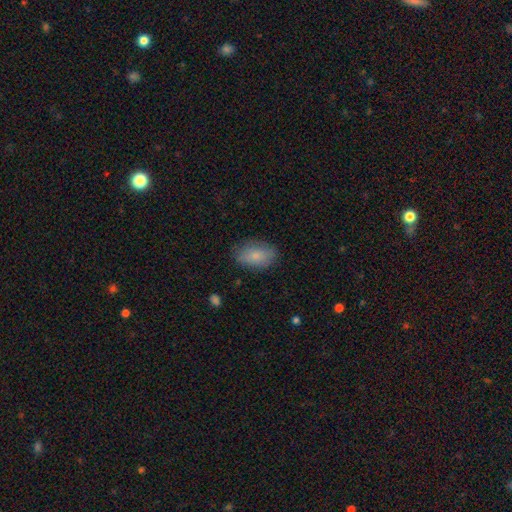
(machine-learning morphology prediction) A smooth galaxy with no disk features (82%) that is in between round and cigar-shaped (89%). Merging: none (80%).